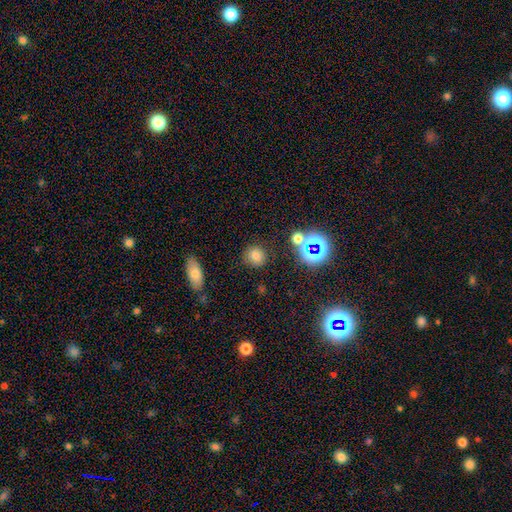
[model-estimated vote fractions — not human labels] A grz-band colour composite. It shows a smooth galaxy with no disk features (74%) that is round (85%). Merging: none (83%).